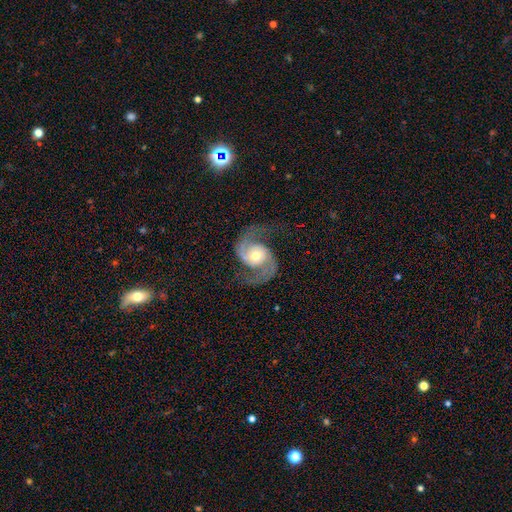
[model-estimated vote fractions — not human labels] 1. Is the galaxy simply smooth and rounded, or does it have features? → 92% featured or disk, 4% star or artifact, 3% smooth.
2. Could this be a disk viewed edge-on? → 98% no, 2% yes.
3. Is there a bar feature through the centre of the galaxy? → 62% no, 29% weak, 9% strong.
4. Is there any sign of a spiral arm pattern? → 98% yes, 2% no.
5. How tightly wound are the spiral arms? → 56% medium, 31% loose, 13% tight.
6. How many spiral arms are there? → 94% 2, 1% can't tell, 1% 1, 1% 3, 1% 4, 1% more than 4.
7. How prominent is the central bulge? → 66% moderate, 25% small, 8% large, 1% none, 1% dominant.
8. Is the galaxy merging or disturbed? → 76% none, 14% minor disturbance, 9% major disturbance, 1% merger.